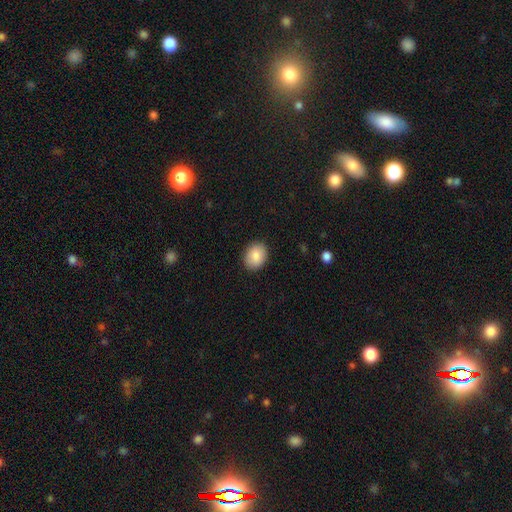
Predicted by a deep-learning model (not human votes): The model was most divided on "how rounded": in between: 62%, round: 37%, cigar-shaped: 1%. More confident: merging — none (89%); smooth or featured — smooth (87%).